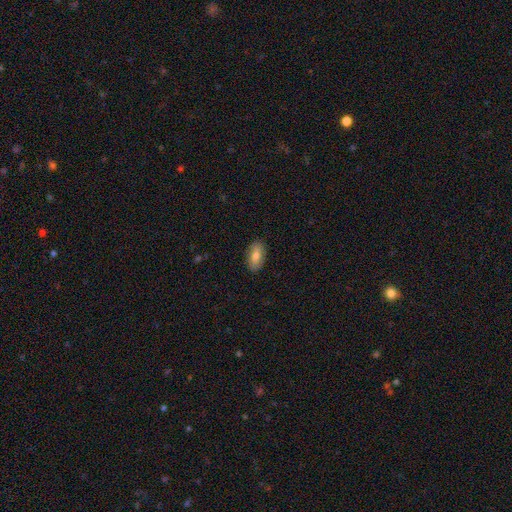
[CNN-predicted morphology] This is likely a smooth galaxy (77%). How rounded: clearly in between (92%). Merging: clearly none (88%).